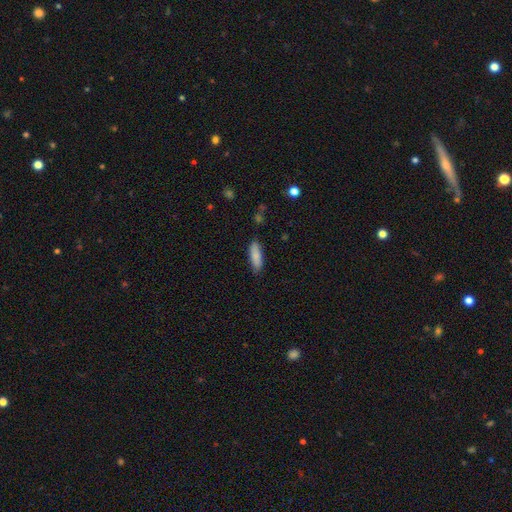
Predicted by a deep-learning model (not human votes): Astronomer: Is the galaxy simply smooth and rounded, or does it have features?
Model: smooth — 86%.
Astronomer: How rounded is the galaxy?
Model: in between — 50% (runner-up: cigar-shaped, 48%).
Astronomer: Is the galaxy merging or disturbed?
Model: none — 85%.